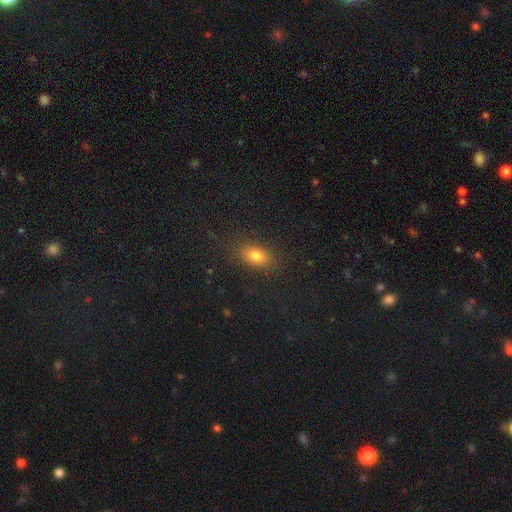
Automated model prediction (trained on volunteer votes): This is likely a smooth galaxy (78%). How rounded: likely in between (79%). Merging: clearly none (86%).